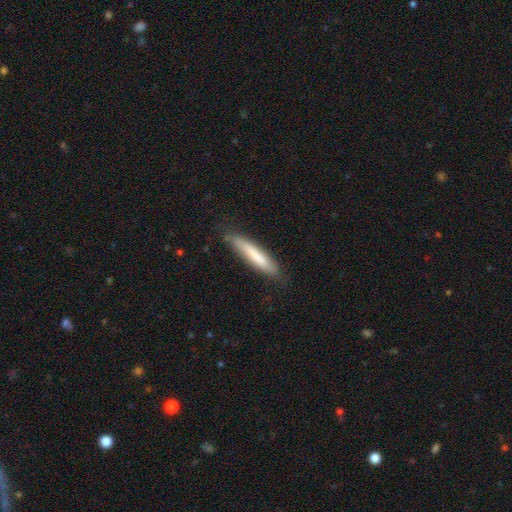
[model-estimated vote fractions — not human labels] Smooth or featured? smooth (74%)
How rounded? cigar-shaped (89%)
Merging? none (80%)